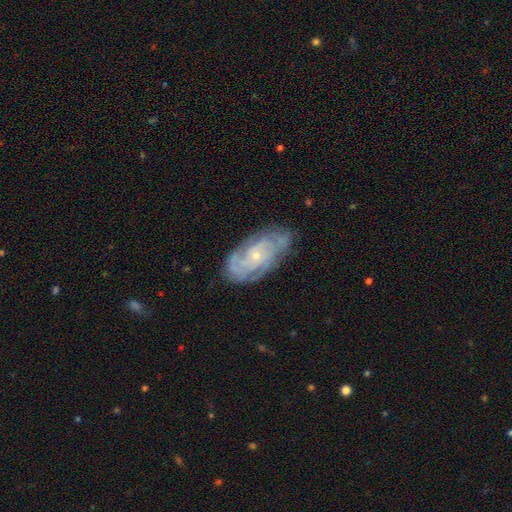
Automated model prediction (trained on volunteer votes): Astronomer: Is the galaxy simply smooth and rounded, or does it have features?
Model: featured or disk — 82%.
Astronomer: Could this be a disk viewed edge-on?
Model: no — 95%.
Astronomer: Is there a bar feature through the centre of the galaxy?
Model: no — 73%.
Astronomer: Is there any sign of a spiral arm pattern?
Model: yes — 94%.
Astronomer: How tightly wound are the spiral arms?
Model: tight — 65%.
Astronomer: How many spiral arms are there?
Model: can't tell — 32% (runner-up: 2, 22%).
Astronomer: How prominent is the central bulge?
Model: small — 77%.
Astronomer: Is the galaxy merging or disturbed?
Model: none — 75%.